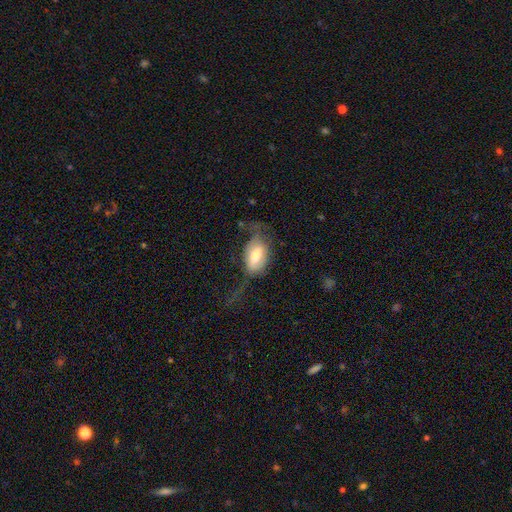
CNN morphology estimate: A smooth galaxy with no disk features (59%) that is in between round and cigar-shaped (89%).

Vote fractions:
- Smooth or featured? smooth: 59% / featured or disk: 34% / star or artifact: 7%
- How rounded? in between: 89% / round: 6% / cigar-shaped: 5%
- Merging? major disturbance: 43% / none: 30% / minor disturbance: 24% / merger: 3%